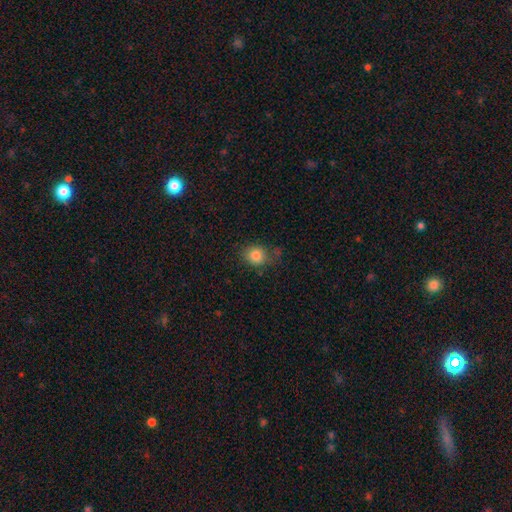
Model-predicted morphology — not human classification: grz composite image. It shows a smooth galaxy with no disk features (84%) that is round (75%). Merging: none (71%).